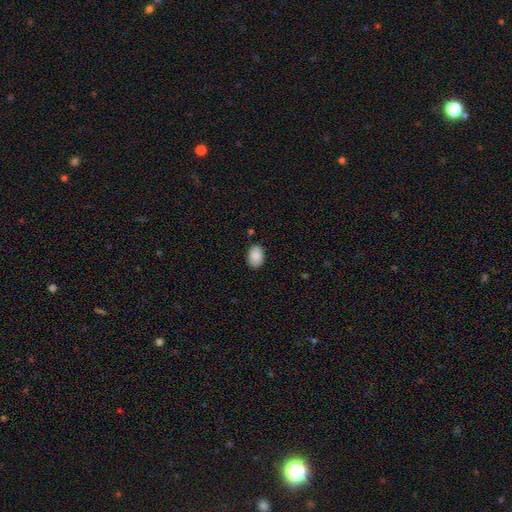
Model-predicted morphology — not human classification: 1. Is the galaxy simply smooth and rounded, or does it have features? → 90% smooth, 7% star or artifact, 4% featured or disk.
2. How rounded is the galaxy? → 82% in between, 17% round, 1% cigar-shaped.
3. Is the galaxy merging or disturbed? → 85% none, 11% minor disturbance, 2% major disturbance, 2% merger.